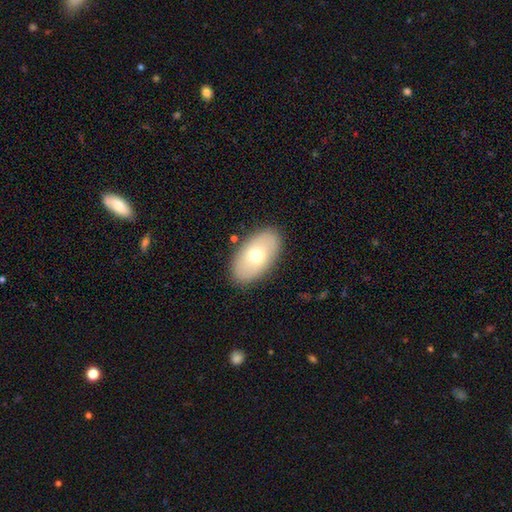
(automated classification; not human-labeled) Morphology: type=smooth (64%); roundness=in between (93%); merging=none (86%).